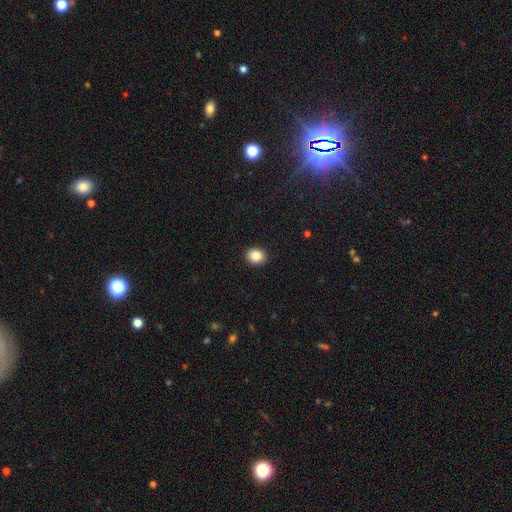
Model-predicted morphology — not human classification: Smooth or featured? smooth (87%)
How rounded? round (64%)
Merging? none (91%)